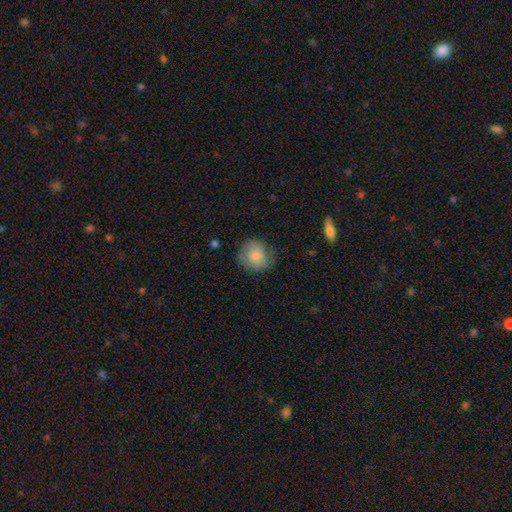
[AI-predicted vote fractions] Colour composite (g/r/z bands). It shows a smooth galaxy with no disk features (78%) that is round (83%). Merging: none (70%).